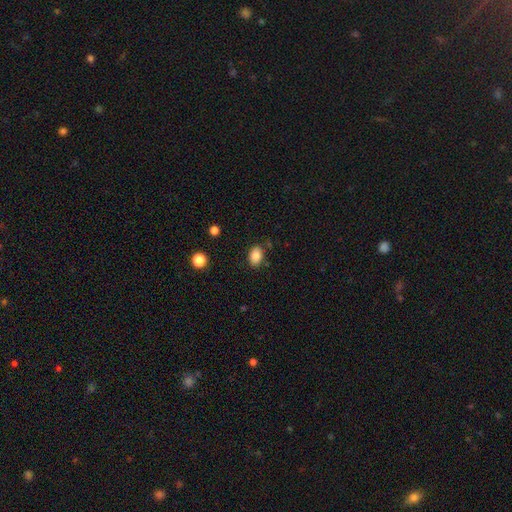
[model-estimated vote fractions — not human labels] Morphology: type=smooth (83%); roundness=in between (80%); merging=none (82%).